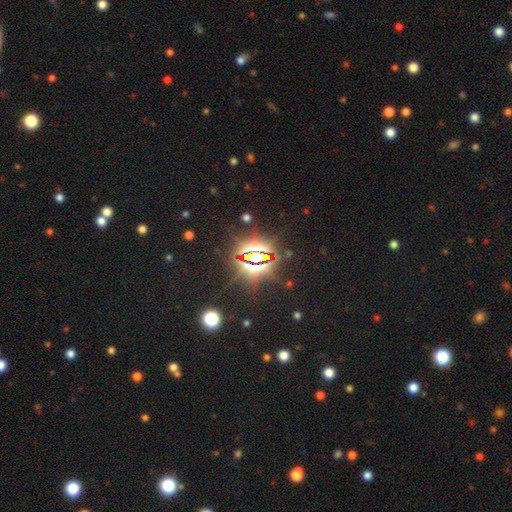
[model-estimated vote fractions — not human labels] Smooth or featured?
  - star or artifact: 85% *
  - smooth: 9%
  - featured or disk: 6%